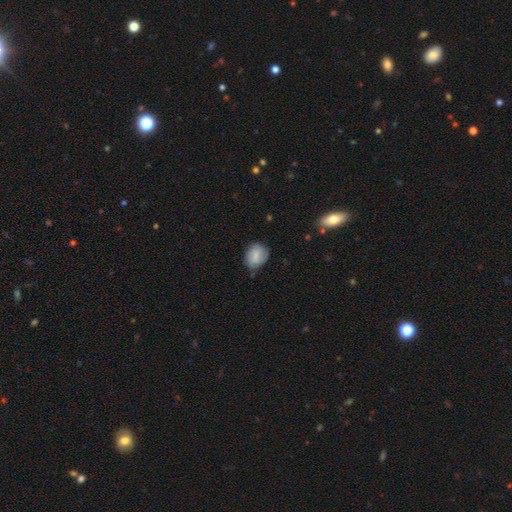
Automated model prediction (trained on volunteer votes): The model was most divided on "how rounded": round: 56%, in between: 43%, cigar-shaped: 1%. More confident: smooth or featured — smooth (70%); merging — none (60%).